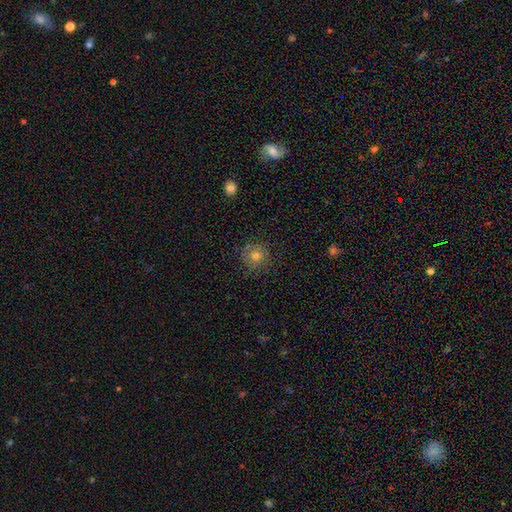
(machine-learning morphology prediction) Smooth or featured? Predicted: smooth (p=0.70). How rounded? Predicted: round (p=0.92). Merging? Predicted: none (p=0.80).